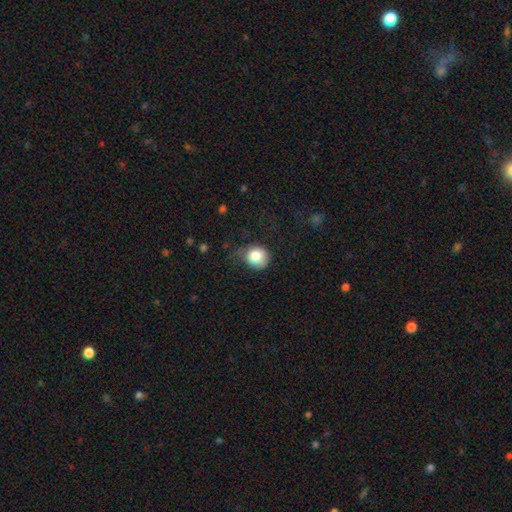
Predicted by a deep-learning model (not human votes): The model was most divided on "merging": none: 49%, minor disturbance: 34%, major disturbance: 15%, merger: 2%. More confident: smooth or featured — smooth (82%); how rounded — round (78%).